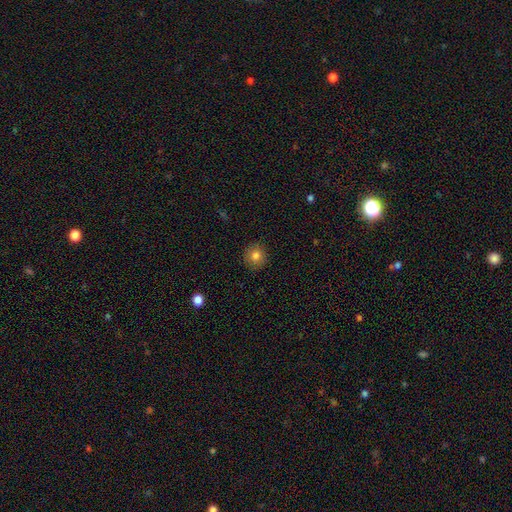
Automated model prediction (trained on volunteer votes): Smooth or featured: smooth — 81% (star or artifact — 11%)
How rounded: round — 91% (in between — 8%)
Merging: none — 90% (minor disturbance — 7%)